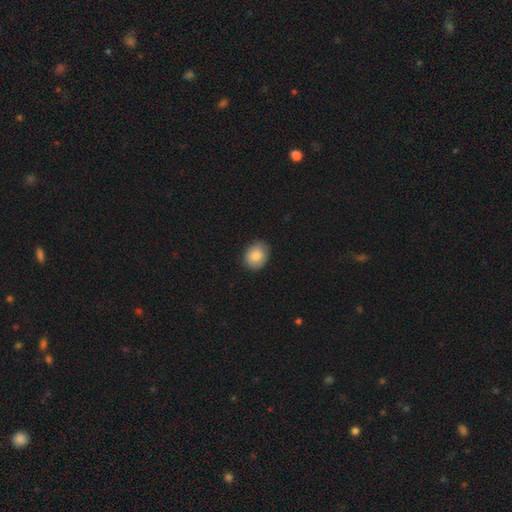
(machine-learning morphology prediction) Q: Smooth or featured?
A: smooth (84%); runner-up: featured or disk (9%)
Q: How rounded?
A: in between (54%); runner-up: round (45%)
Q: Merging?
A: none (82%); runner-up: minor disturbance (14%)